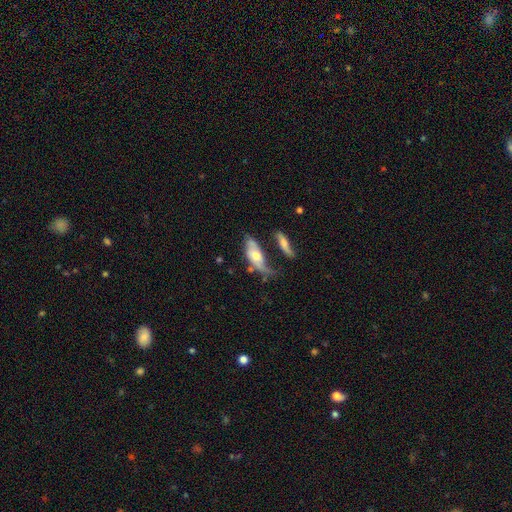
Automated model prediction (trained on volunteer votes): A featured or disk galaxy (50%). Merging: none (27%, tied with major disturbance).